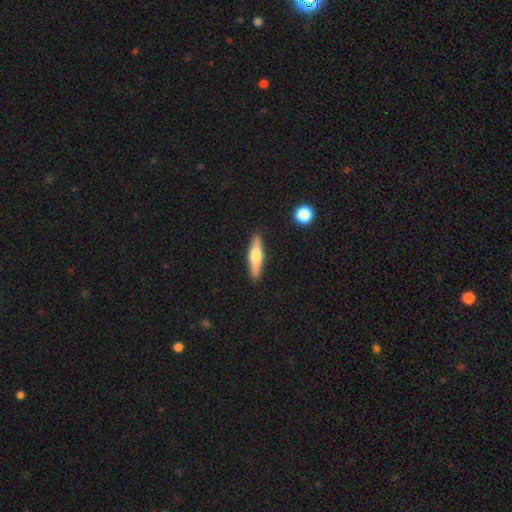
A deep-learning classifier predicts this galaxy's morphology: A smooth galaxy with no disk features (47%, tied with featured or disk).

Vote fractions:
- Smooth or featured? smooth: 47% (tied) / featured or disk: 47% (tied) / star or artifact: 6%
- Merging? none: 89% / minor disturbance: 8% / major disturbance: 2% / merger: 2%